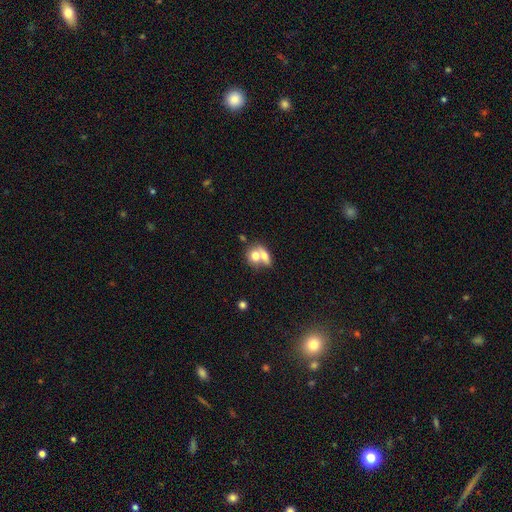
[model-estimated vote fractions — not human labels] The model was most divided on "how rounded": round: 51%, in between: 46%, cigar-shaped: 3%. More confident: smooth or featured — smooth (70%); merging — merger (67%).